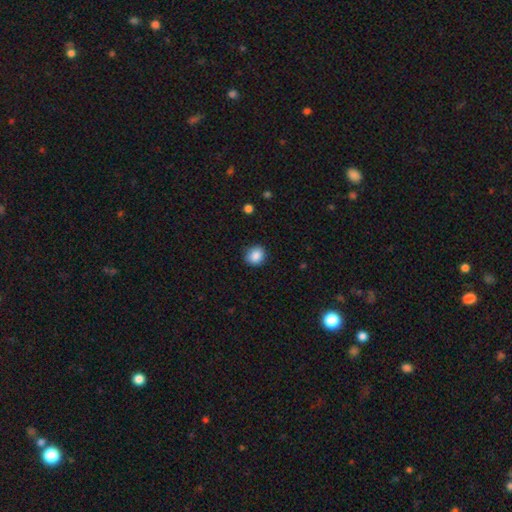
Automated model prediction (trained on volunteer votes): smooth_or_featured: smooth (p=0.87) [alt: star or artifact p=0.09]
how_rounded: round (p=0.79) [alt: in between p=0.20]
merging: none (p=0.87) [alt: minor disturbance p=0.10]